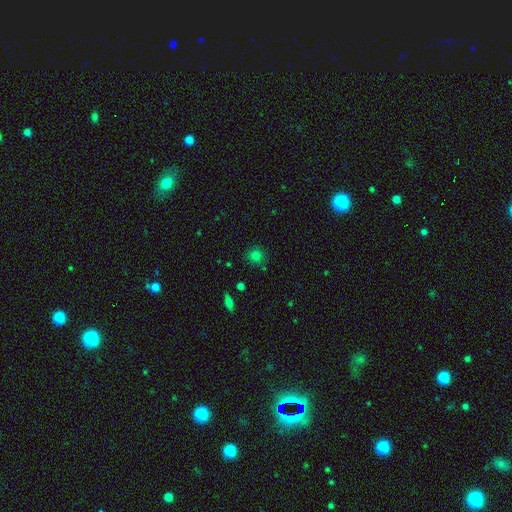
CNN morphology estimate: smooth_or_featured: smooth (p=0.77) [alt: star or artifact p=0.15]
how_rounded: round (p=0.89) [alt: in between p=0.10]
merging: none (p=0.85) [alt: minor disturbance p=0.10]